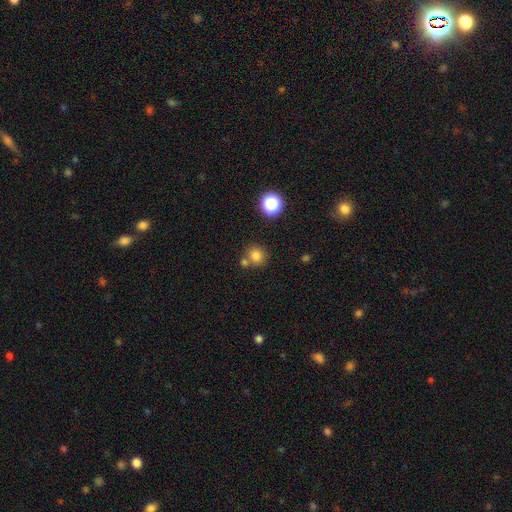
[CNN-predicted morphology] Smooth or featured?
  - smooth: 79% *
  - star or artifact: 14%
  - featured or disk: 7%
How rounded?
  - round: 85% *
  - in between: 14%
  - cigar-shaped: 1%
Merging?
  - none: 63% *
  - merger: 24%
  - minor disturbance: 9%
  - major disturbance: 3%